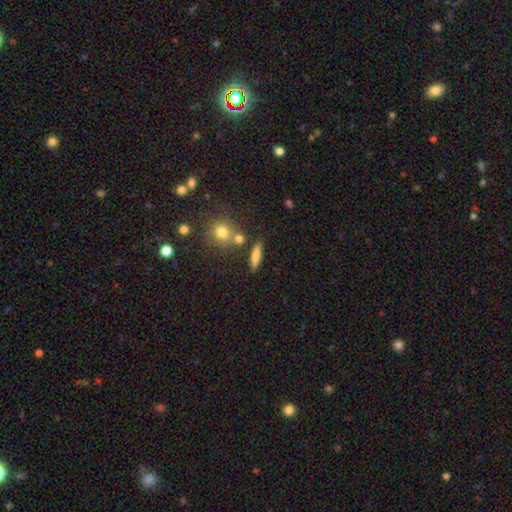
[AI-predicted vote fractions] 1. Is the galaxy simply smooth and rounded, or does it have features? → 77% smooth, 13% featured or disk, 10% star or artifact.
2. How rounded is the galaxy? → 70% cigar-shaped, 23% in between, 6% round.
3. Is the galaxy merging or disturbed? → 78% none, 10% minor disturbance, 8% merger, 3% major disturbance.